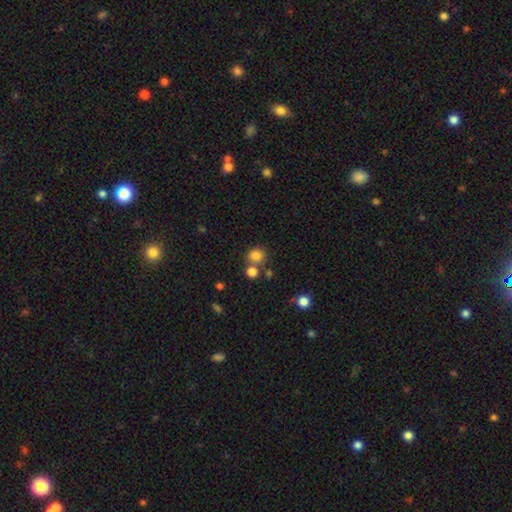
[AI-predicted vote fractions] This appears to be a smooth galaxy with no disk features (81%) that is round (69%). Merging: none (61%).